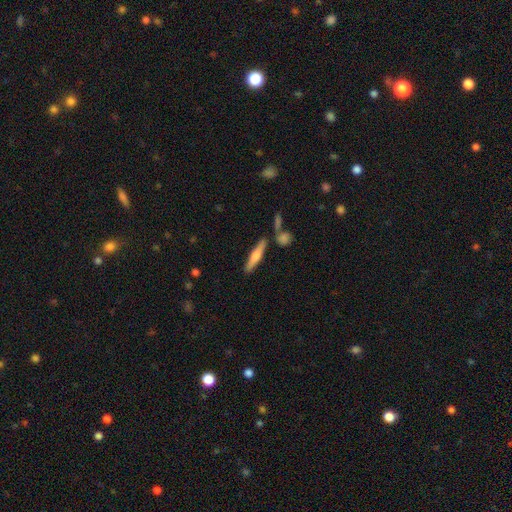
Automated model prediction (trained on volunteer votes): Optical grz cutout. It shows a smooth galaxy with no disk features (51%) that is cigar-shaped (86%). Merging: none (80%).